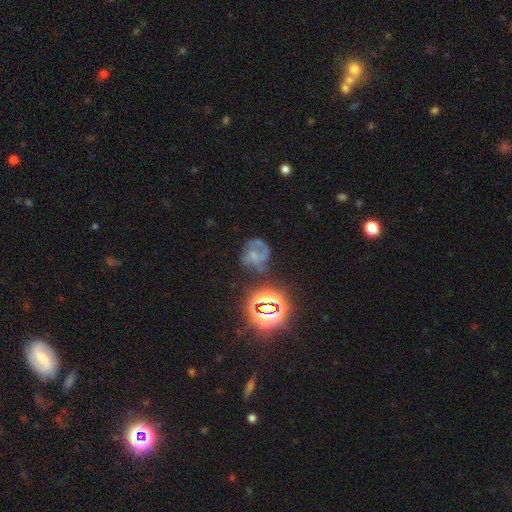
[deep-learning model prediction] A featured or disk galaxy (57%) with no bar (65%), spiral arms (79%) and a small central bulge (37%).

Vote fractions:
- Smooth or featured? featured or disk: 57% / star or artifact: 25% / smooth: 19%
- Edge-on disk? no: 97% / yes: 3%
- Bar? no: 65% / weak: 26% / strong: 9%
- Spiral arms? yes: 79% / no: 21%
- Bulge size? small: 37% / none: 35% / moderate: 22% / large: 5% / dominant: 2%
- Merging? none: 46% / major disturbance: 25% / minor disturbance: 21% / merger: 8%